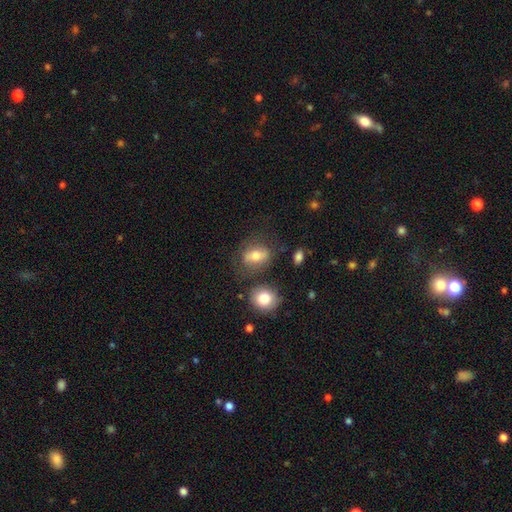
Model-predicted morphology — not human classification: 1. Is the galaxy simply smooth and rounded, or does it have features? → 64% smooth, 27% featured or disk, 10% star or artifact.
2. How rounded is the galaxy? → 69% in between, 28% round, 3% cigar-shaped.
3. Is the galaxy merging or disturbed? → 60% none, 21% minor disturbance, 12% major disturbance, 8% merger.